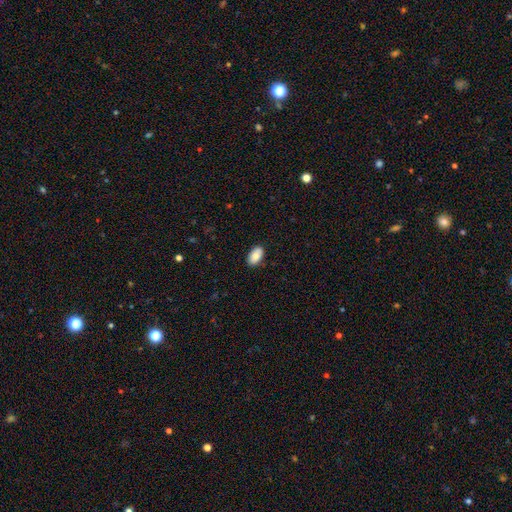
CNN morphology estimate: Smooth or featured?
  - smooth: 85% *
  - featured or disk: 9%
  - star or artifact: 7%
How rounded?
  - in between: 94% *
  - round: 5%
  - cigar-shaped: 1%
Merging?
  - none: 87% *
  - minor disturbance: 10%
  - major disturbance: 2%
  - merger: 1%